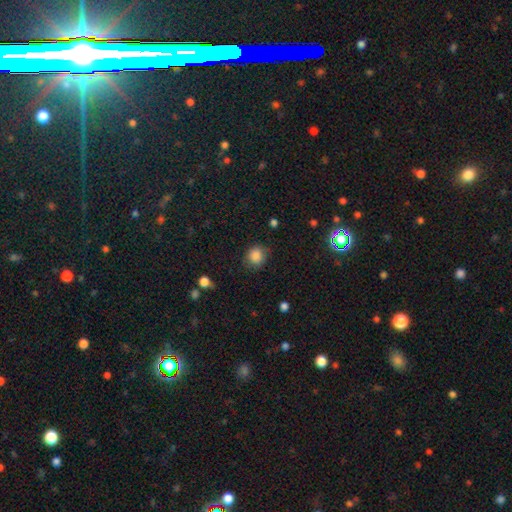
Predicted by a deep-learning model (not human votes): This appears to be a smooth galaxy with no disk features (85%) that is round (81%). Merging: none (78%).